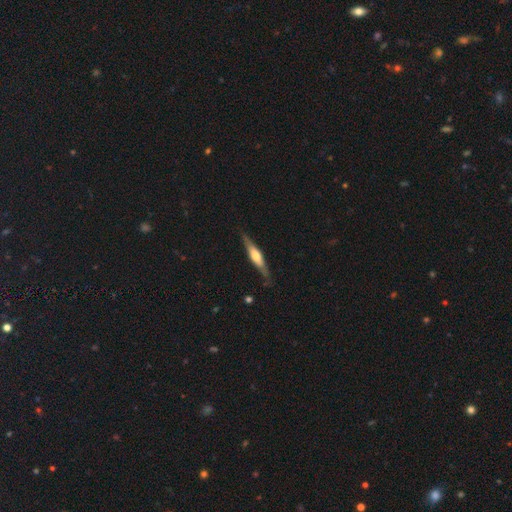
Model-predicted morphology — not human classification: Smooth or featured: featured or disk — 61% (smooth — 34%)
Edge-on disk: yes — 95% (no — 5%)
Edge-on bulge: rounded — 75% (boxy — 19%)
Merging: none — 82% (minor disturbance — 14%)